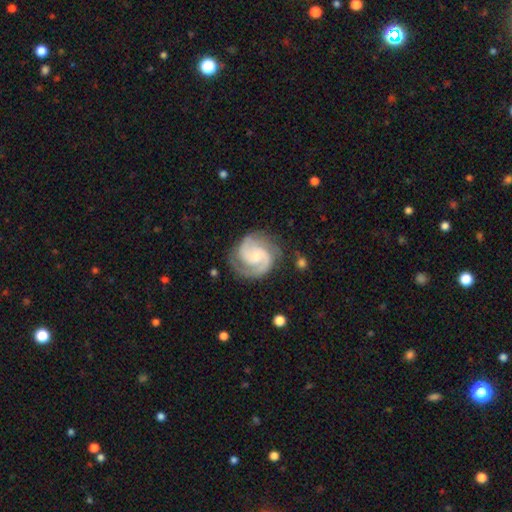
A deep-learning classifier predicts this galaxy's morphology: smooth-or-featured: featured or disk: 91% | smooth: 5% | star or artifact: 4%
  disk-edge-on: no: 98% | yes: 2%
    bar: no: 59% | weak: 34% | strong: 7%
    has-spiral-arms: yes: 98% | no: 2%
      spiral-winding: tight: 49% | medium: 45% | loose: 7%
      spiral-arm-count: 2: 78% | 3: 12% | can't tell: 4% | 1: 2% | 4: 2% | more than 4: 2%
    bulge-size: small: 59% | moderate: 32% | none: 6% | large: 3% | dominant: 1%
  merging: none: 79% | minor disturbance: 15% | major disturbance: 5% | merger: 1%